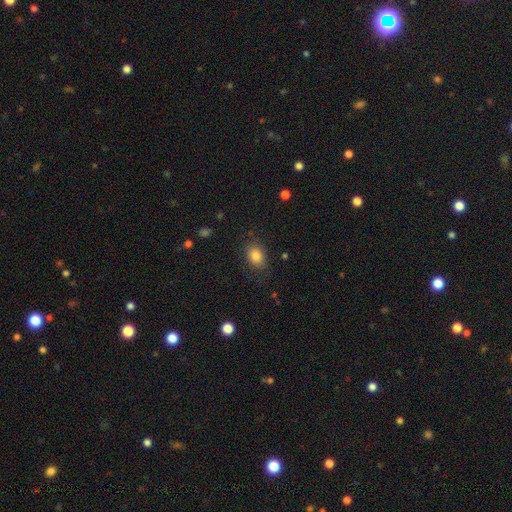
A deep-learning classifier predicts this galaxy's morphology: type=smooth (84%); roundness=in between (70%); merging=none (80%).